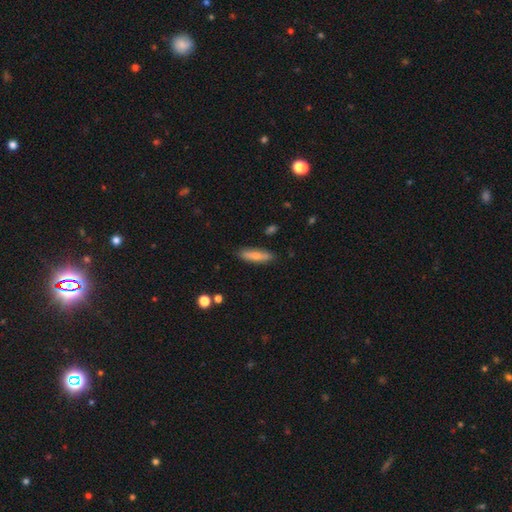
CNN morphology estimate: smooth 63%, featured or disk 30%, star or artifact 6%. Down the decision tree: how rounded — cigar-shaped (61%); merging — none (85%).